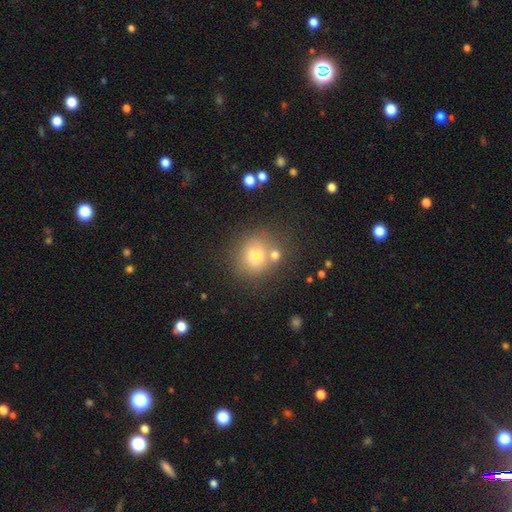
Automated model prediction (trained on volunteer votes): A smooth galaxy with no disk features (75%) that is round (80%). Merging: none (63%).